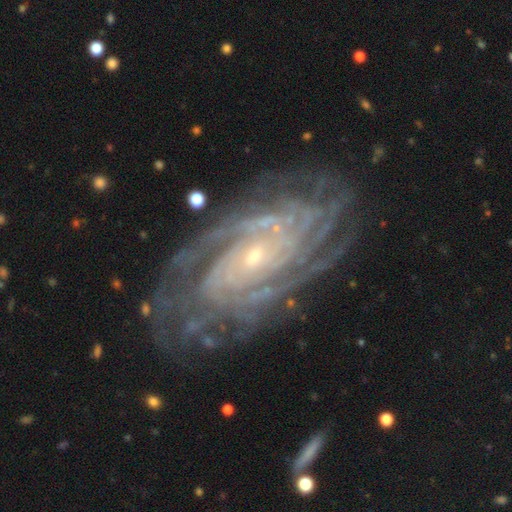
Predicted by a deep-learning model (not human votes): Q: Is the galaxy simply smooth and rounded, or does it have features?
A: featured or disk — 91%.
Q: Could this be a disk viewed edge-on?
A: no — 96%.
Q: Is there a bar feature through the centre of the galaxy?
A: no — 69%.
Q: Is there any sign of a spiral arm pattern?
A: yes — 98%.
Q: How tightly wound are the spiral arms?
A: tight — 79%.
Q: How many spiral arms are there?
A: more than 4 — 26%.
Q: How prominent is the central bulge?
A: small — 80%.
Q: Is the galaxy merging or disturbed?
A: none — 79%.